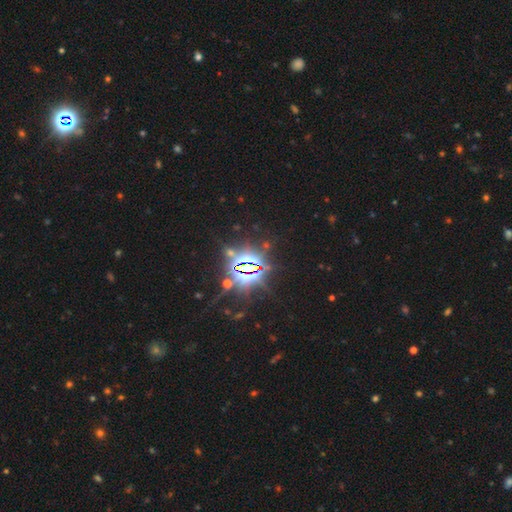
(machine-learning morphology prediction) A star or artifact, not a galaxy (86%).

Vote fractions:
- Smooth or featured? star or artifact: 86% / featured or disk: 7% / smooth: 7%